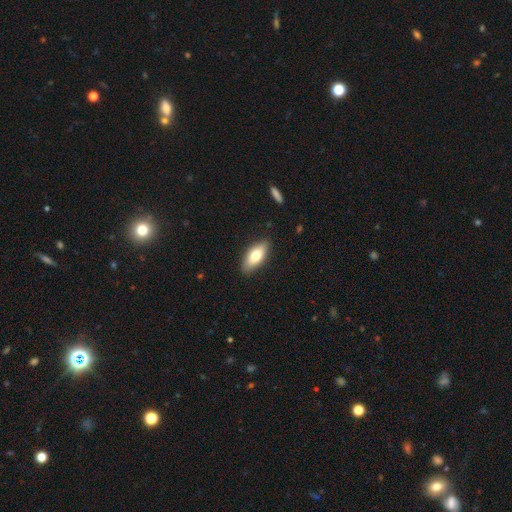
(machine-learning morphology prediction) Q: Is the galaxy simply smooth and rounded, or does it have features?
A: smooth — 71%.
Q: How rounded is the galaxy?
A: in between — 80%.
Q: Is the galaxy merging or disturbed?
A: none — 86%.